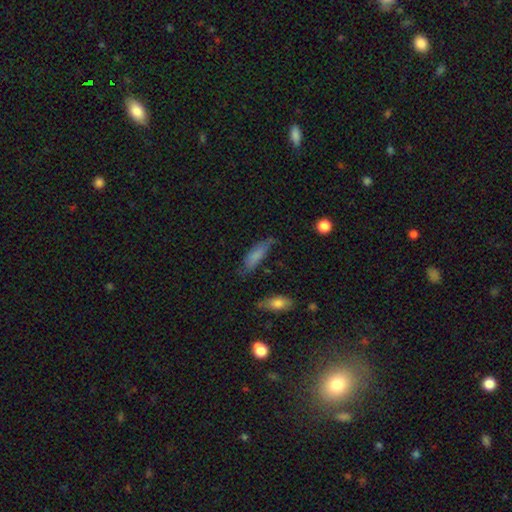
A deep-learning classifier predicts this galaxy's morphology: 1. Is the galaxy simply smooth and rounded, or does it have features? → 73% smooth, 19% featured or disk, 8% star or artifact.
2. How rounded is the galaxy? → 55% in between, 42% cigar-shaped, 2% round.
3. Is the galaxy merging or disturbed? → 56% none, 30% minor disturbance, 10% major disturbance, 4% merger.